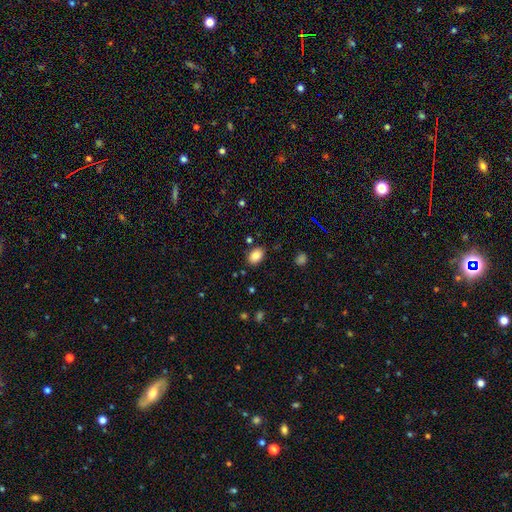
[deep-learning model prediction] smooth 86%, star or artifact 9%, featured or disk 5%. Down the decision tree: how rounded — in between (82%); merging — none (83%).